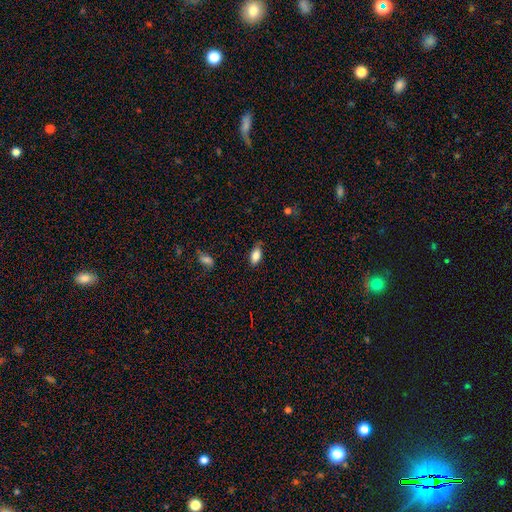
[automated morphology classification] smooth_or_featured: smooth (p=0.85) [alt: star or artifact p=0.08]
how_rounded: in between (p=0.90) [alt: cigar-shaped p=0.07]
merging: none (p=0.78) [alt: minor disturbance p=0.18]